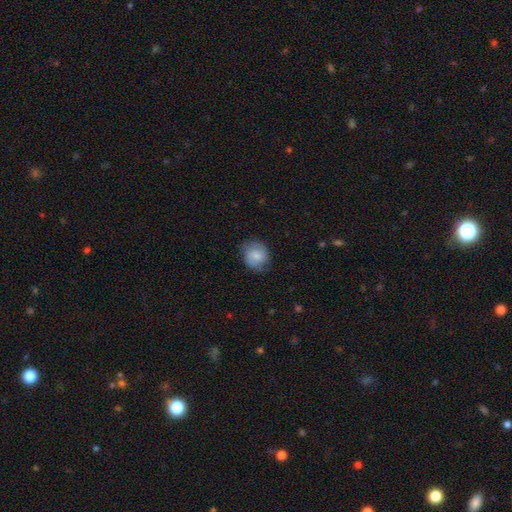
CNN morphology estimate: This appears to be a smooth galaxy with no disk features (73%) that is round (69%). Merging: none (74%).